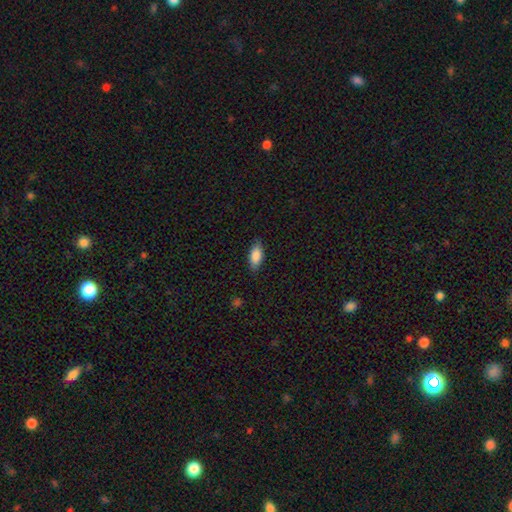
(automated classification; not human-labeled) A smooth galaxy with no disk features (87%) that is in between round and cigar-shaped (87%). Merging: none (84%).